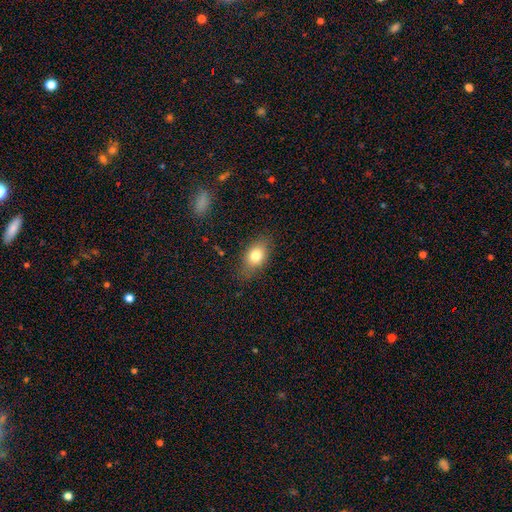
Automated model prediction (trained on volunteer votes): This appears to be a smooth galaxy with no disk features (78%) that is in between round and cigar-shaped (79%). Merging: none (79%).